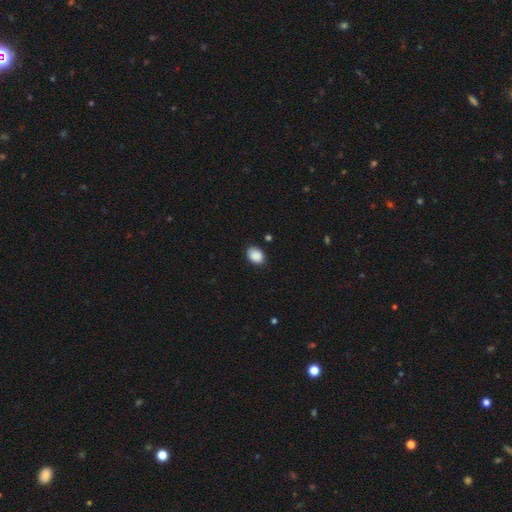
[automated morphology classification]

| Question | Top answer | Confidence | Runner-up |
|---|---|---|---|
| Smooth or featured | smooth | 89% | star or artifact (8%) |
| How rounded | in between | 69% | round (31%) |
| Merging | none | 83% | minor disturbance (13%) |